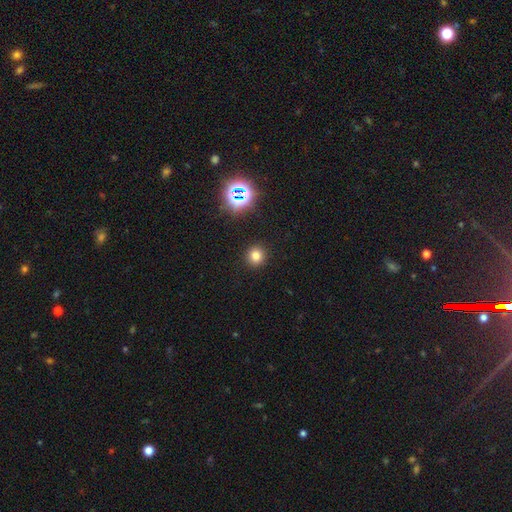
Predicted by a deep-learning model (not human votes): Smooth or featured: smooth — 75% (star or artifact — 19%)
How rounded: round — 93% (in between — 7%)
Merging: none — 92% (minor disturbance — 5%)